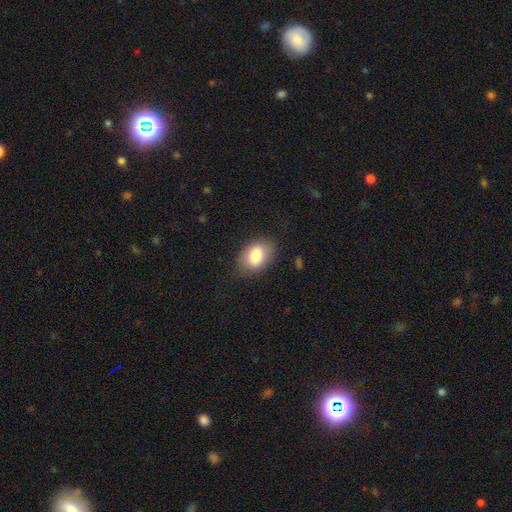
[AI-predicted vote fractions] Q: Smooth or featured?
A: smooth (83%); runner-up: featured or disk (10%)
Q: How rounded?
A: in between (83%); runner-up: round (16%)
Q: Merging?
A: none (77%); runner-up: minor disturbance (17%)